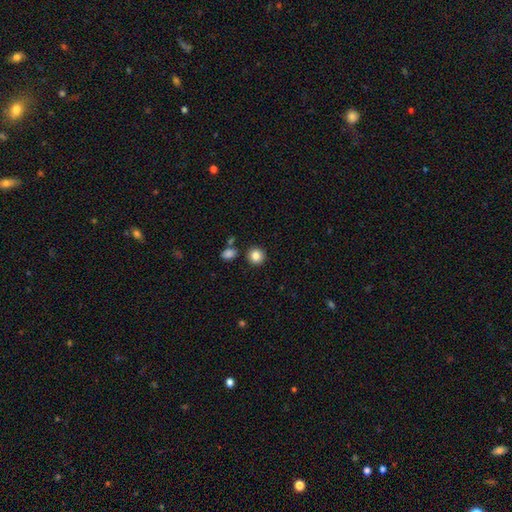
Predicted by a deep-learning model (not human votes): The model was most divided on "smooth or featured": smooth: 85%, star or artifact: 10%, featured or disk: 5%. More confident: how rounded — round (91%); merging — none (87%).